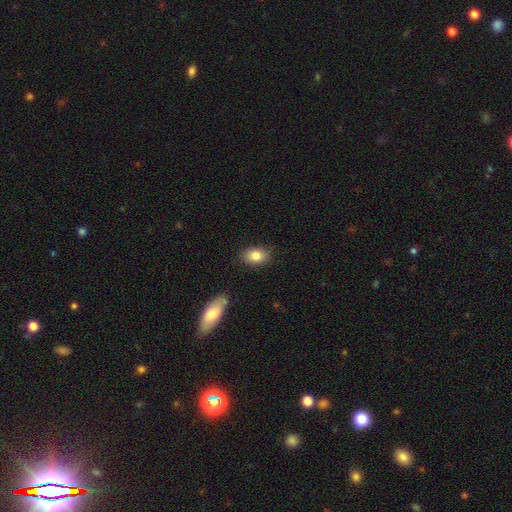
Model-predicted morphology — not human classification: Q: Smooth or featured?
A: smooth (84%); runner-up: featured or disk (9%)
Q: How rounded?
A: in between (85%); runner-up: round (13%)
Q: Merging?
A: none (84%); runner-up: minor disturbance (11%)